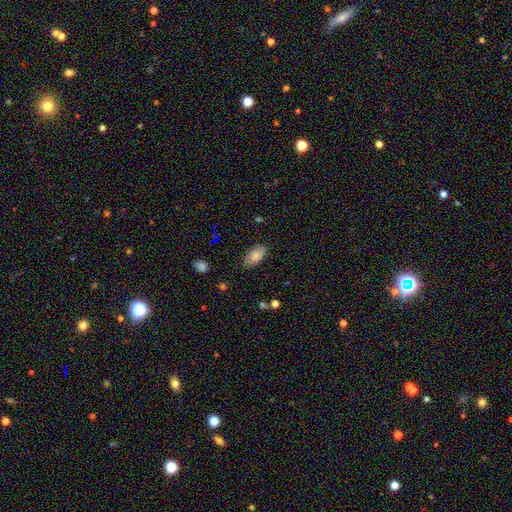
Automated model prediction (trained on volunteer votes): smooth-or-featured: smooth: 78% | featured or disk: 13% | star or artifact: 9%
  how-rounded: in between: 93% | cigar-shaped: 4% | round: 4%
  merging: none: 78% | minor disturbance: 18% | major disturbance: 3% | merger: 1%